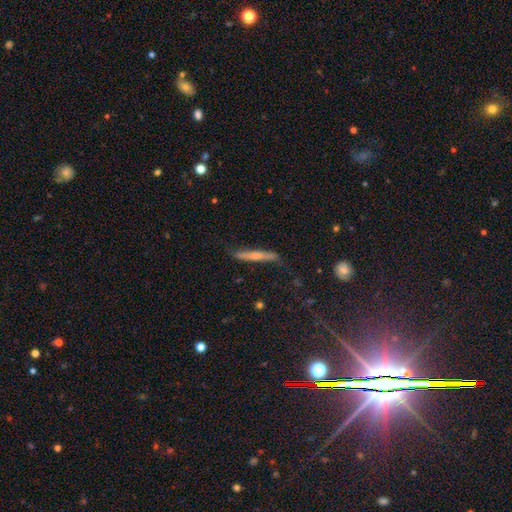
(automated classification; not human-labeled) Smooth or featured? smooth (46%, tied with featured or disk)
Merging? none (80%)